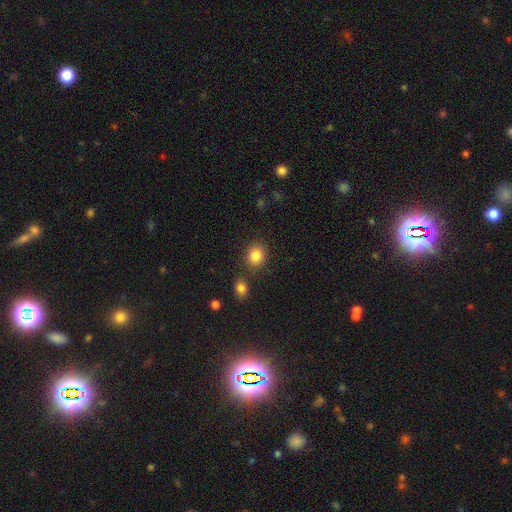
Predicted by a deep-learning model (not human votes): Q: Smooth or featured?
A: smooth (85%); runner-up: star or artifact (10%)
Q: How rounded?
A: round (76%); runner-up: in between (24%)
Q: Merging?
A: none (80%); runner-up: minor disturbance (9%)